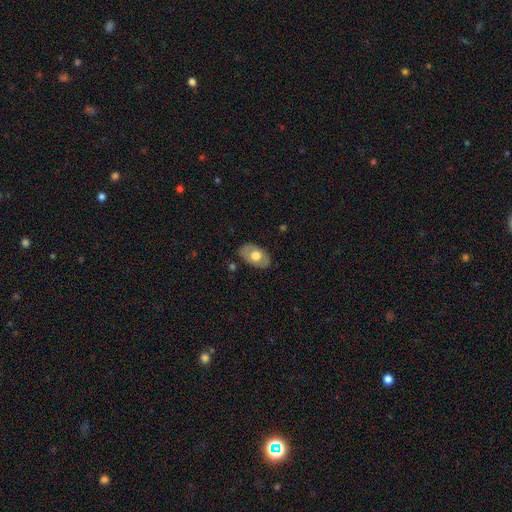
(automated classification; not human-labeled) Smooth or featured: smooth — 63% (featured or disk — 31%)
How rounded: in between — 90% (round — 9%)
Merging: none — 83% (minor disturbance — 13%)